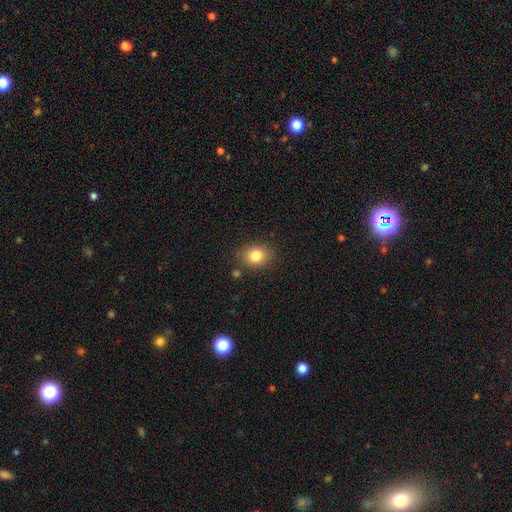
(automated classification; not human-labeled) Smooth or featured?
  - smooth: 82% *
  - star or artifact: 10%
  - featured or disk: 7%
How rounded?
  - round: 52% *
  - in between: 47%
  - cigar-shaped: 1%
Merging?
  - none: 83% *
  - minor disturbance: 11%
  - merger: 3%
  - major disturbance: 3%